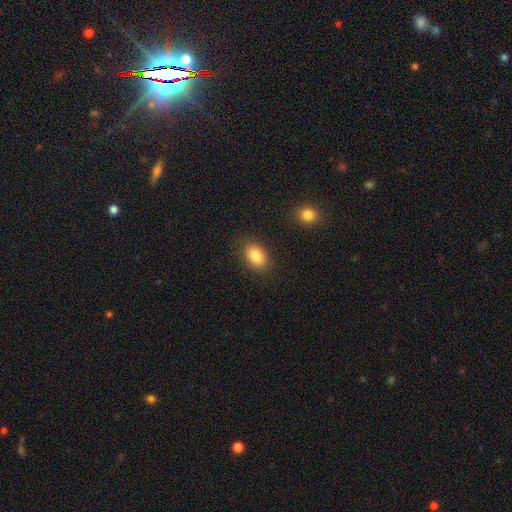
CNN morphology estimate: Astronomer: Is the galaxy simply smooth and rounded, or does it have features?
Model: smooth — 84%.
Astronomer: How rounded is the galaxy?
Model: in between — 83%.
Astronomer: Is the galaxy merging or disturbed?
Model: none — 85%.